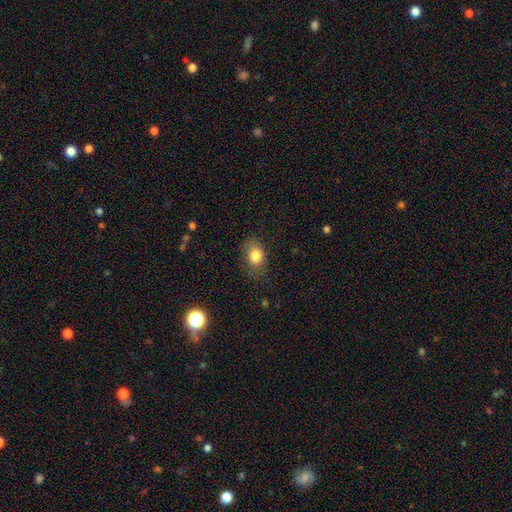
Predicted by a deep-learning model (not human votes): smooth 81%, star or artifact 9%, featured or disk 9%. Down the decision tree: how rounded — in between (69%); merging — none (70%).